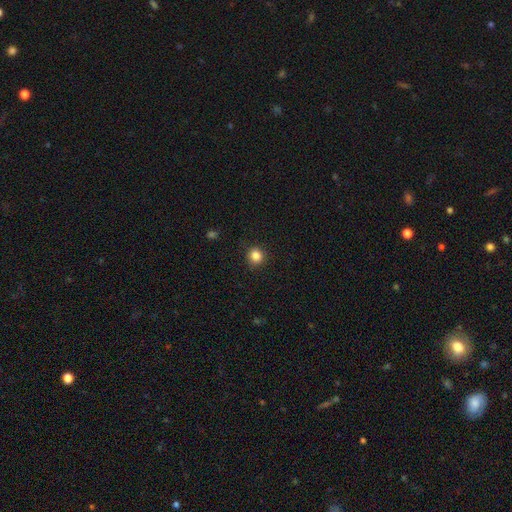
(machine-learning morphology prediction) Smooth or featured?
  - smooth: 84% *
  - star or artifact: 11%
  - featured or disk: 4%
How rounded?
  - round: 90% *
  - in between: 9%
  - cigar-shaped: 1%
Merging?
  - none: 89% *
  - minor disturbance: 7%
  - major disturbance: 2%
  - merger: 1%